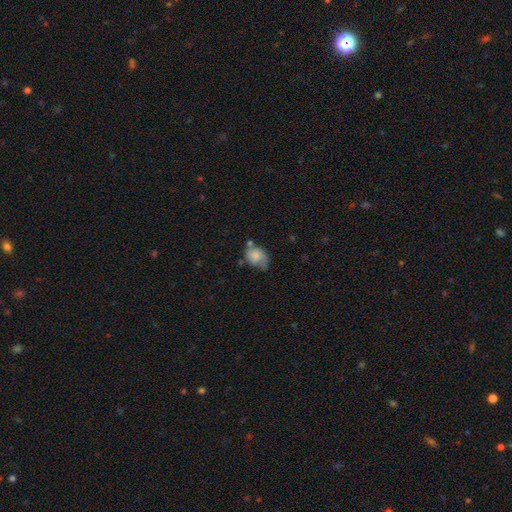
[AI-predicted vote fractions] Q: Smooth or featured?
A: smooth (68%); runner-up: featured or disk (23%)
Q: How rounded?
A: in between (56%); runner-up: round (43%)
Q: Merging?
A: none (38%); runner-up: minor disturbance (37%)